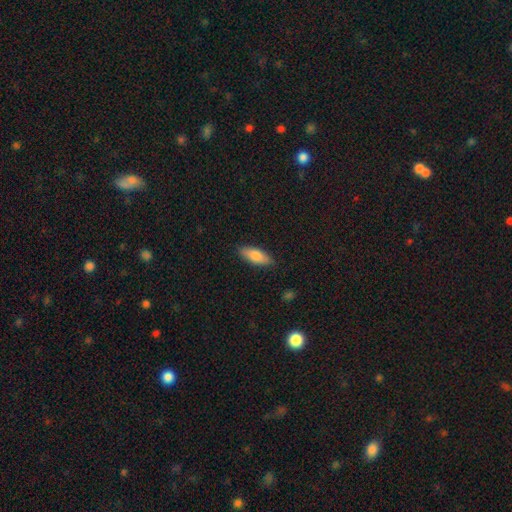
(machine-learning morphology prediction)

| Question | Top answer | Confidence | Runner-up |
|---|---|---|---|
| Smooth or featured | smooth | 82% | featured or disk (12%) |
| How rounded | in between | 74% | cigar-shaped (24%) |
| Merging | none | 86% | minor disturbance (11%) |